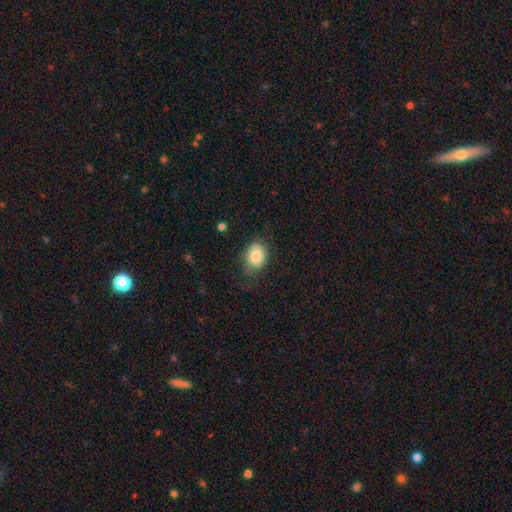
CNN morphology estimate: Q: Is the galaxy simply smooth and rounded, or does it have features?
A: smooth — 84%.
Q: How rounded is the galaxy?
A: in between — 68%.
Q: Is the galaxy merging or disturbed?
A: none — 67%.